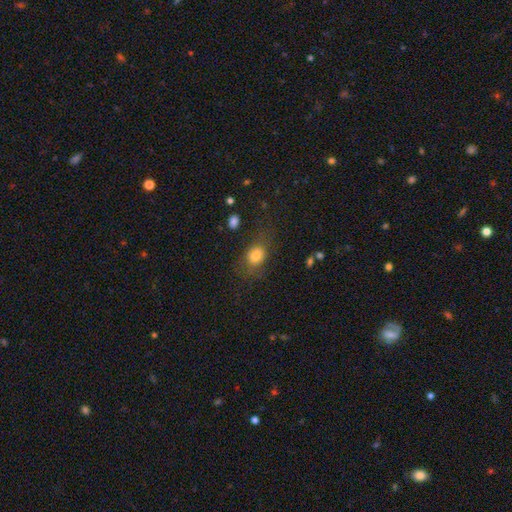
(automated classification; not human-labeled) smooth-or-featured: smooth: 78% | featured or disk: 11% | star or artifact: 11%
  how-rounded: in between: 57% | round: 41% | cigar-shaped: 2%
  merging: none: 61% | minor disturbance: 21% | major disturbance: 16% | merger: 3%